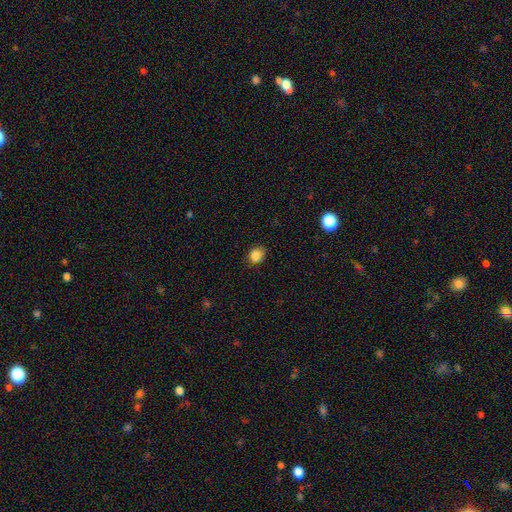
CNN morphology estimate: type=smooth (85%); roundness=round (63%); merging=none (80%).